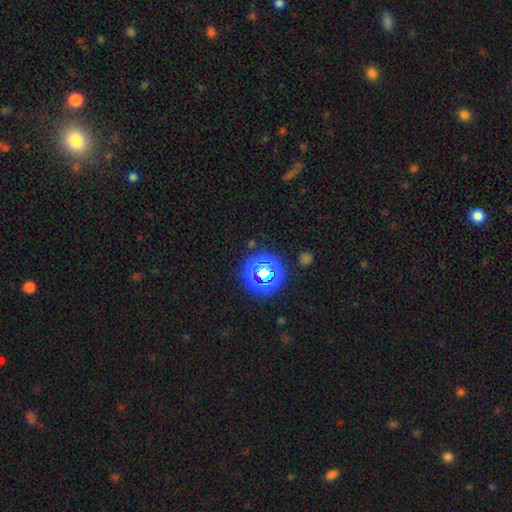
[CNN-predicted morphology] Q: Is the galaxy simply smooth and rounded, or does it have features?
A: star or artifact — 55%.